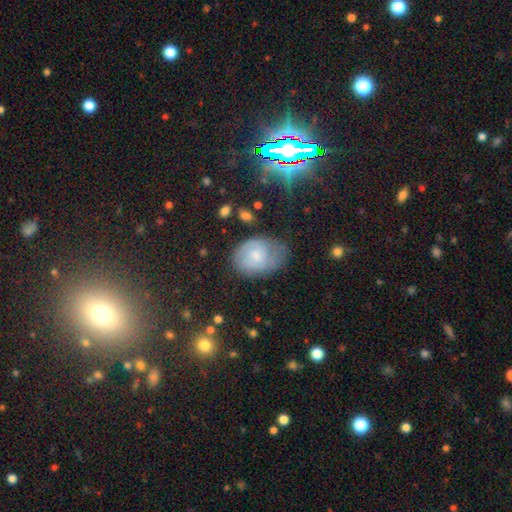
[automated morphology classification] Smooth or featured?
  - smooth: 59% *
  - featured or disk: 31%
  - star or artifact: 10%
How rounded?
  - in between: 73% *
  - round: 26%
  - cigar-shaped: 1%
Merging?
  - none: 50% *
  - minor disturbance: 32%
  - major disturbance: 15%
  - merger: 3%